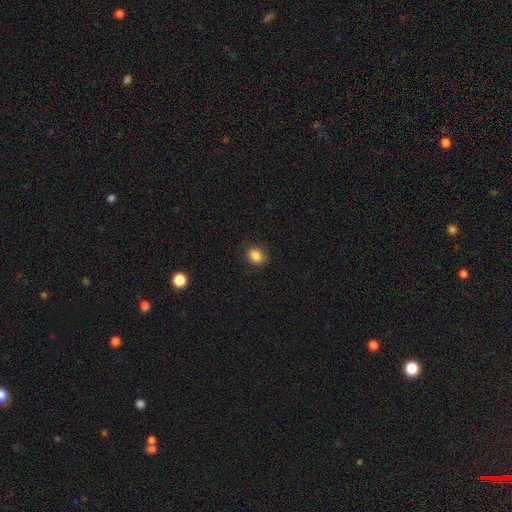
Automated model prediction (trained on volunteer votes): The model was most divided on "how rounded": round: 51%, in between: 48%, cigar-shaped: 1%. More confident: merging — none (86%); smooth or featured — smooth (85%).